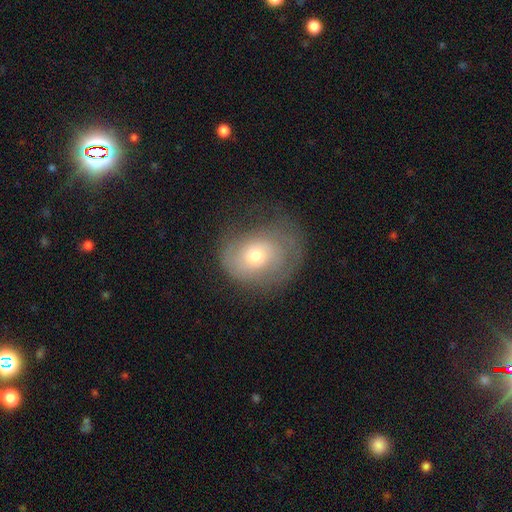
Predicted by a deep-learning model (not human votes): Overall: featured or disk (48%; smooth 44%). Merging: none (50%; minor disturbance 27%).